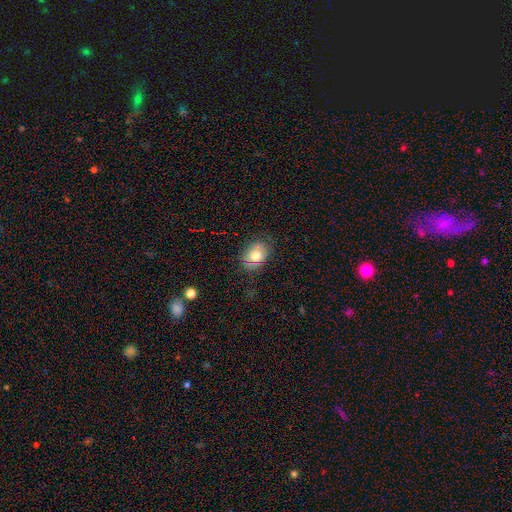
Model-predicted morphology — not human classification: Smooth or featured: smooth — 70% (featured or disk — 21%)
How rounded: in between — 66% (round — 33%)
Merging: none — 75% (minor disturbance — 18%)